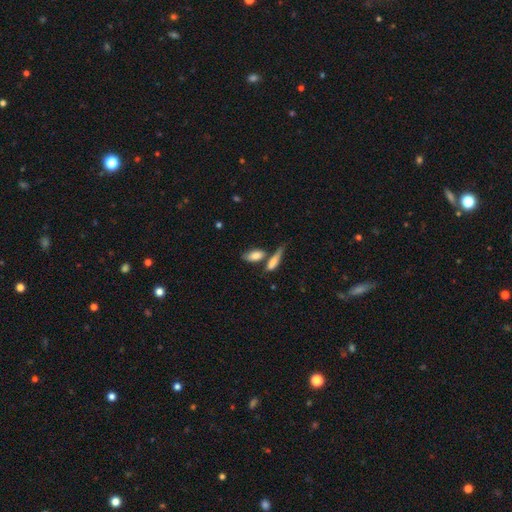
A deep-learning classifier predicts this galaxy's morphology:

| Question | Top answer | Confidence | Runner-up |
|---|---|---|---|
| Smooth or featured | smooth | 79% | featured or disk (15%) |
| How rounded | in between | 78% | cigar-shaped (17%) |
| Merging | none | 49% | merger (31%) |